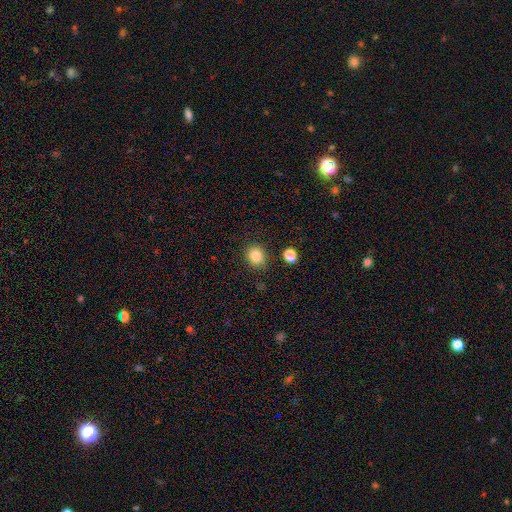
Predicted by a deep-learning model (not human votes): A smooth galaxy with no disk features (85%) that is round (76%). Merging: none (85%).